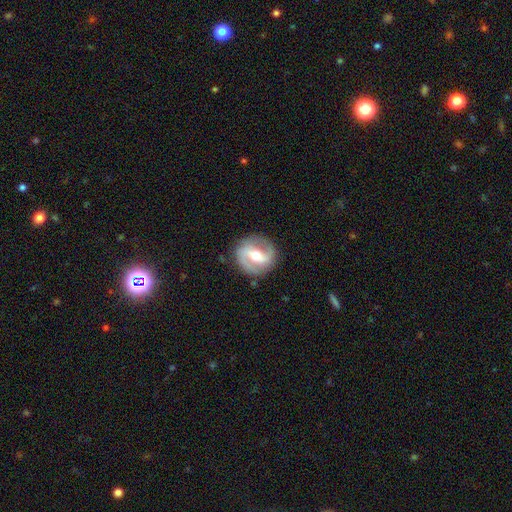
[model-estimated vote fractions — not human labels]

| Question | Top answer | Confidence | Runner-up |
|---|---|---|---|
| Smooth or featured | featured or disk | 80% | smooth (15%) |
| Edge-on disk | no | 96% | yes (4%) |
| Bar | strong | 47% | weak (37%) |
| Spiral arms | yes | 88% | no (12%) |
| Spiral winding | medium | 47% | tight (29%) |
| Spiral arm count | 2 | 89% | can't tell (5%) |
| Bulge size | moderate | 66% | small (27%) |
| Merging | none | 85% | minor disturbance (10%) |